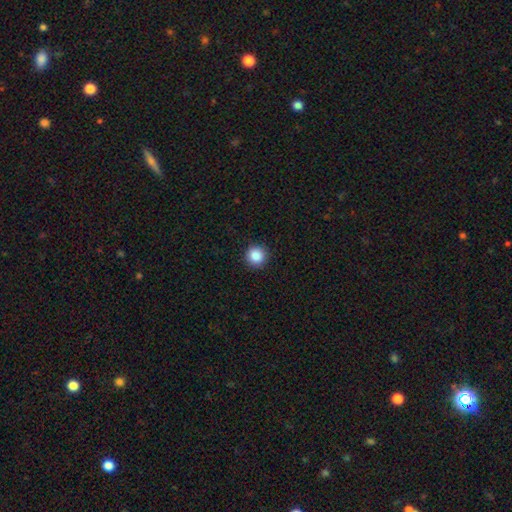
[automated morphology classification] Smooth or featured: smooth — 88% (star or artifact — 9%)
How rounded: round — 95% (in between — 4%)
Merging: none — 92% (minor disturbance — 5%)